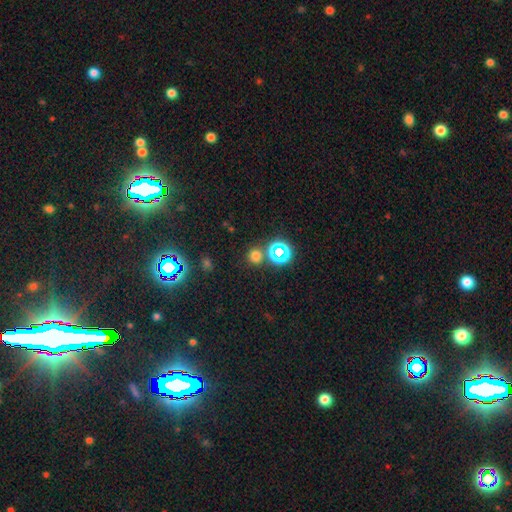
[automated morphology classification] smooth 64%, star or artifact 30%, featured or disk 6%. Down the decision tree: how rounded — round (90%); merging — none (78%).